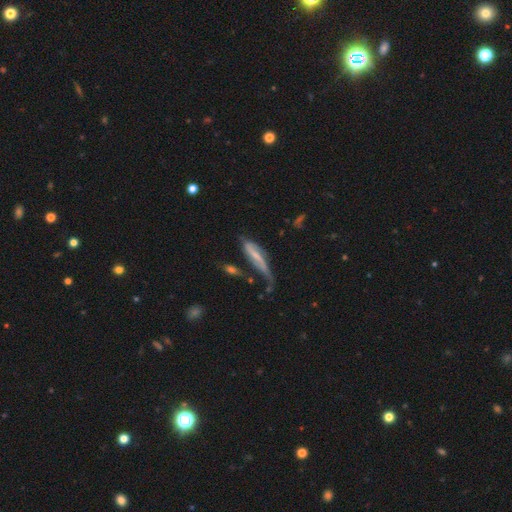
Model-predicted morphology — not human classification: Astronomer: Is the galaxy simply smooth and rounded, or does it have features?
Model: featured or disk — 57% (runner-up: smooth, 36%).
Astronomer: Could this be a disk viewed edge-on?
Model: no — 56% (runner-up: yes, 44%).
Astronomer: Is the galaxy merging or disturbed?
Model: none — 35% (runner-up: minor disturbance, 31%).